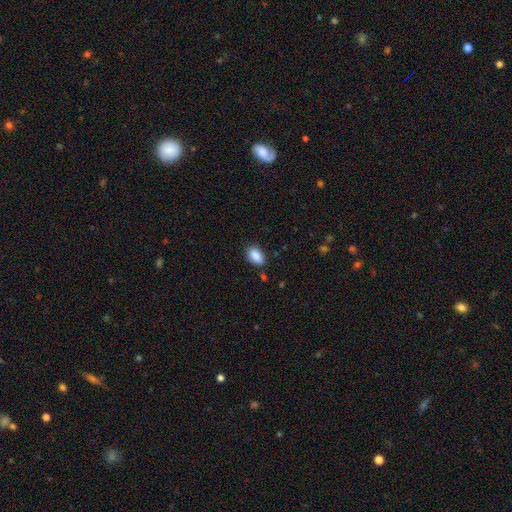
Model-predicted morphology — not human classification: Overall: smooth (89%). How rounded: in between (90%). Merging: none (82%).